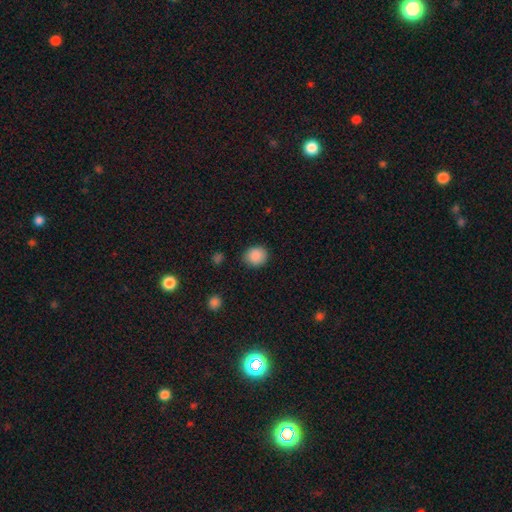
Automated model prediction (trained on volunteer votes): A smooth galaxy with no disk features (89%) that is round (73%). Merging: none (86%).